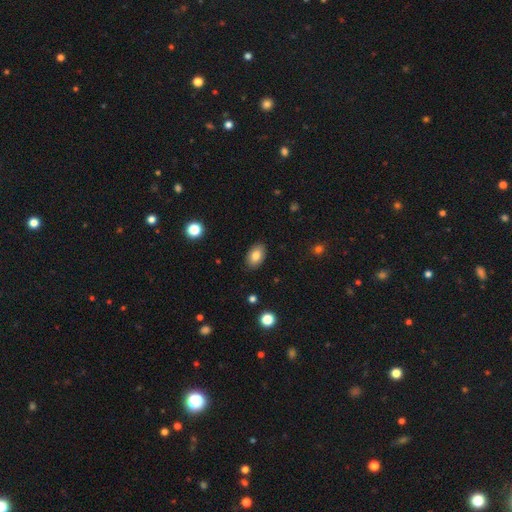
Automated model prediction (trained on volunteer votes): A smooth galaxy with no disk features (82%) that is in between round and cigar-shaped (89%). Merging: none (88%).